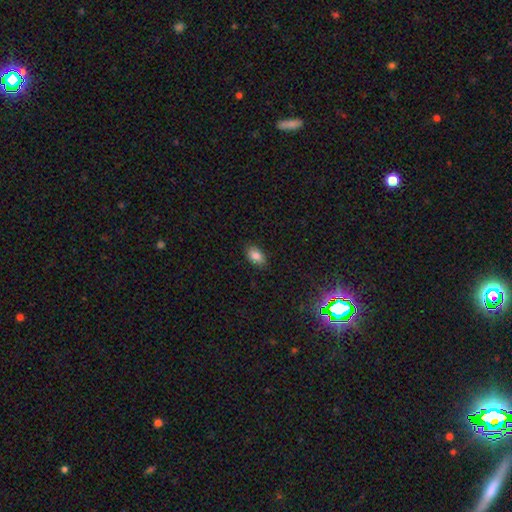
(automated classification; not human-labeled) This appears to be a smooth galaxy with no disk features (84%) that is in between round and cigar-shaped (88%). Merging: none (84%).